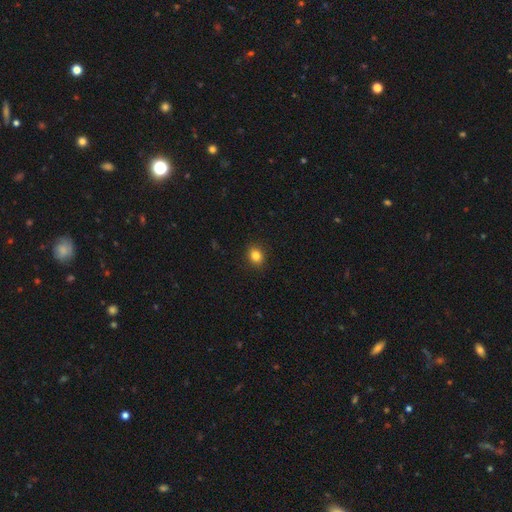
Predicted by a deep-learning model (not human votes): Smooth or featured? Predicted: smooth (p=0.84). How rounded? Predicted: round (p=0.66). Merging? Predicted: none (p=0.91).